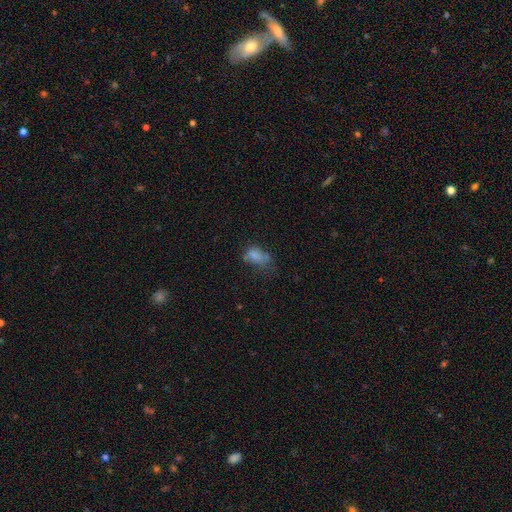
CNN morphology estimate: Smooth or featured? Predicted: smooth (p=0.71). How rounded? Predicted: in between (p=0.84). Merging? Predicted: none (p=0.33).